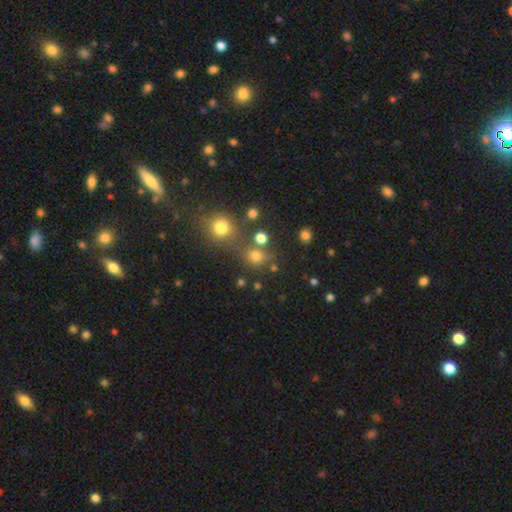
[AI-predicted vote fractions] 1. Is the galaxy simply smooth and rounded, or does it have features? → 70% smooth, 22% star or artifact, 8% featured or disk.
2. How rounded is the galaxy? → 85% round, 13% in between, 1% cigar-shaped.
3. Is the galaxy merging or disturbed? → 64% none, 22% merger, 9% minor disturbance, 5% major disturbance.